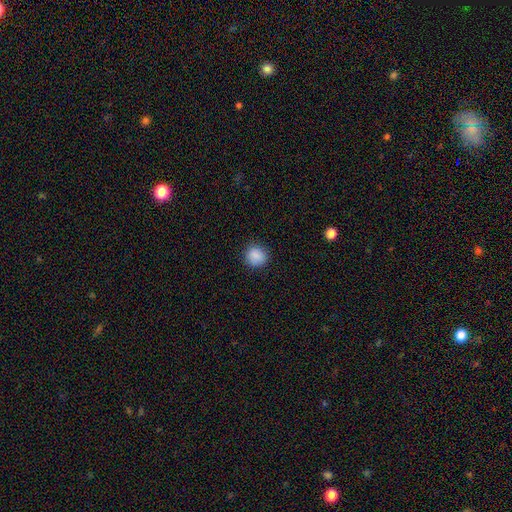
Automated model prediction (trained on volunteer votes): Smooth or featured?
  - smooth: 88% *
  - star or artifact: 9%
  - featured or disk: 3%
How rounded?
  - round: 88% *
  - in between: 11%
  - cigar-shaped: 1%
Merging?
  - none: 88% *
  - minor disturbance: 8%
  - major disturbance: 2%
  - merger: 1%